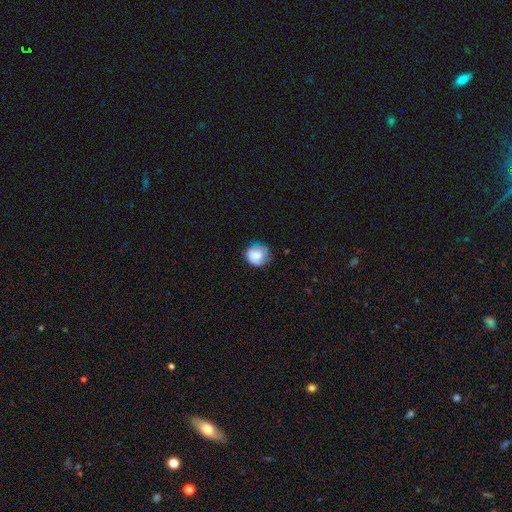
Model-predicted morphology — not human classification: Smooth or featured?
  - smooth: 72% *
  - featured or disk: 20%
  - star or artifact: 8%
How rounded?
  - round: 87% *
  - in between: 12%
  - cigar-shaped: 1%
Merging?
  - none: 67% *
  - minor disturbance: 24%
  - major disturbance: 7%
  - merger: 1%